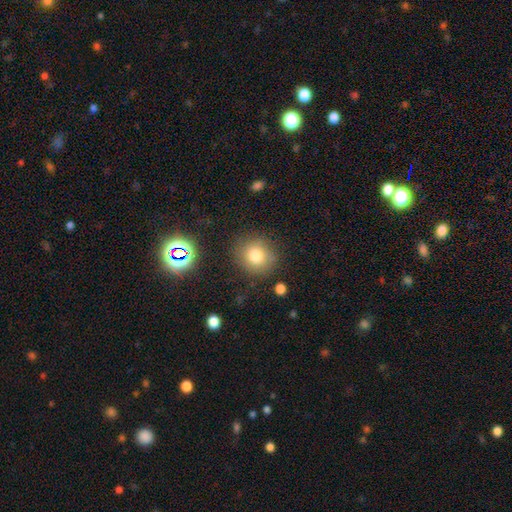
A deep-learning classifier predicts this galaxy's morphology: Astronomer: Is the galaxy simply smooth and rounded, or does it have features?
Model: smooth — 78%.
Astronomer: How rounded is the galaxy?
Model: round — 85%.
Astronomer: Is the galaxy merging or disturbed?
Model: none — 83%.